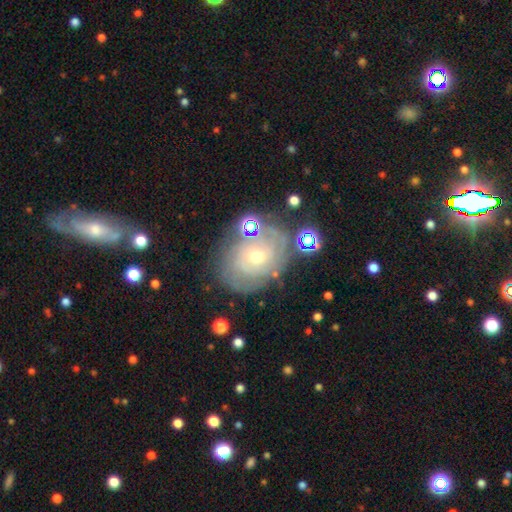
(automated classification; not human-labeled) A featured or disk galaxy (75%) with no bar (73%), tight (71%) spiral arms (89%) and a small central bulge (50%).

Vote fractions:
- Smooth or featured? featured or disk: 75% / smooth: 15% / star or artifact: 10%
- Edge-on disk? no: 97% / yes: 3%
- Bar? no: 73% / weak: 22% / strong: 4%
- Spiral arms? yes: 89% / no: 11%
- Spiral winding? tight: 71% / medium: 23% / loose: 6%
- Spiral arm count? can't tell: 45% / 2: 19% / 3: 15% / 4: 9% / more than 4: 6% / 1: 5%
- Bulge size? small: 50% / moderate: 46% / large: 2% / none: 1% / dominant: 1%
- Merging? none: 71% / minor disturbance: 17% / major disturbance: 8% / merger: 4%